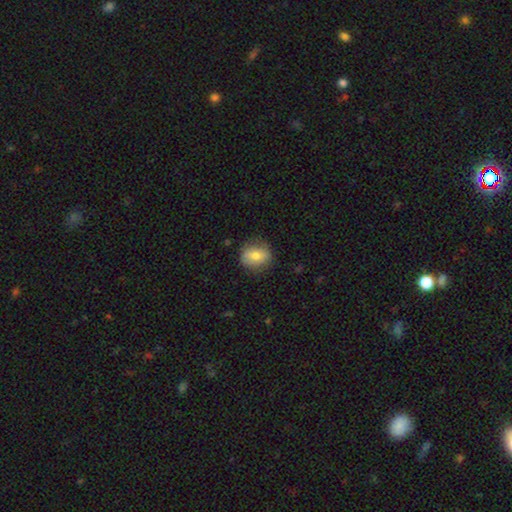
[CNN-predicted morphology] Smooth or featured? smooth (69%)
How rounded? round (67%)
Merging? none (79%)